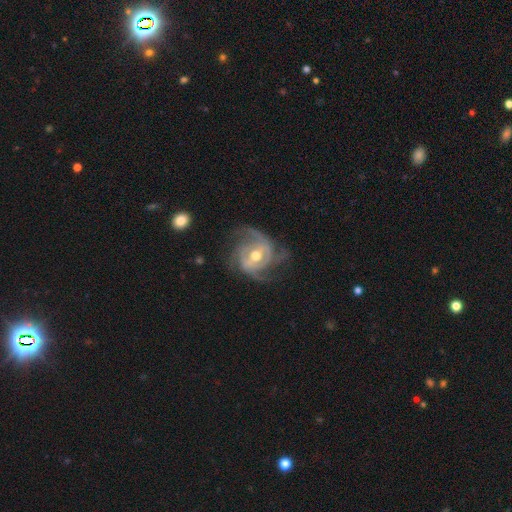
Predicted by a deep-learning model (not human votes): This appears to be a featured or disk galaxy (89%) with no bar (42%), 3 (46%) medium (46%) spiral arms (96%) and a moderate central bulge (76%). Merging: none (63%).